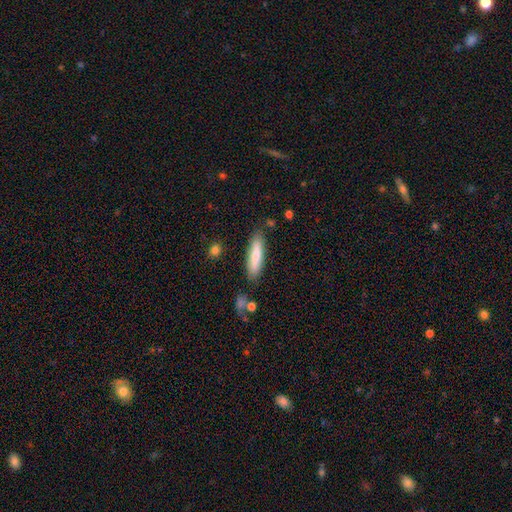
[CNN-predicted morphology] type=smooth (76%); roundness=cigar-shaped (74%); merging=none (82%).